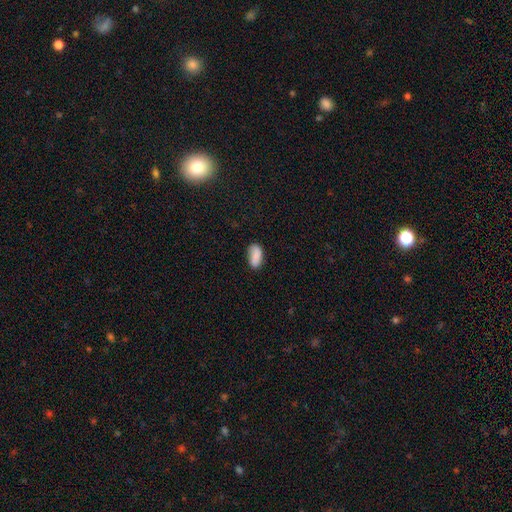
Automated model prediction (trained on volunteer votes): Smooth or featured? smooth (86%)
How rounded? in between (90%)
Merging? none (74%)